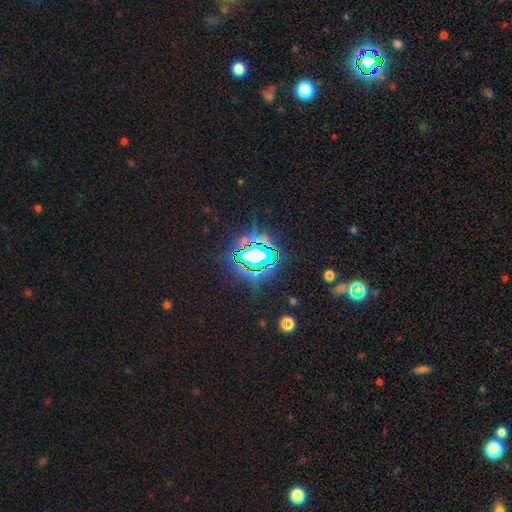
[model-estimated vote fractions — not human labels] Smooth or featured? star or artifact (74%)